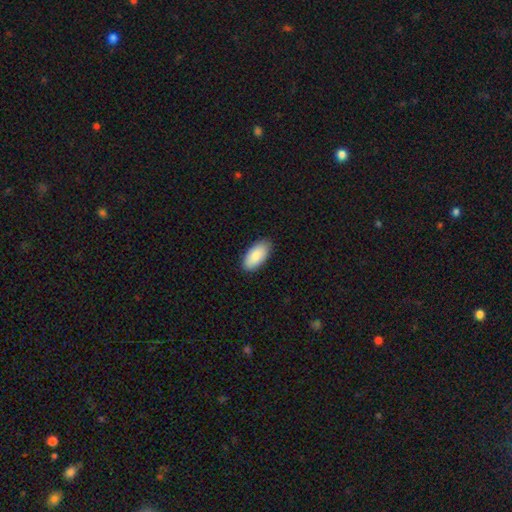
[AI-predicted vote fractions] smooth 88%, featured or disk 6%, star or artifact 6%. Down the decision tree: how rounded — in between (93%); merging — none (88%).